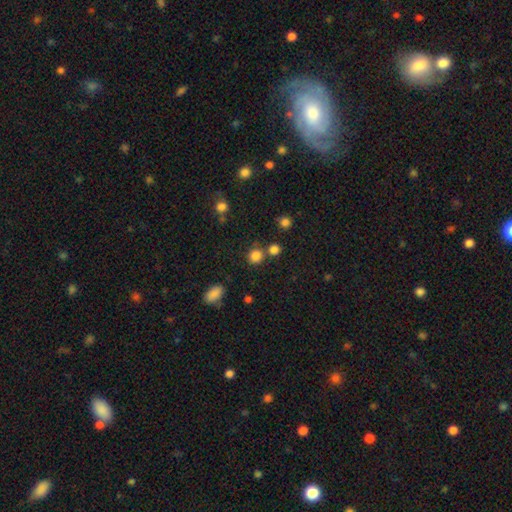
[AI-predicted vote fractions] Q: Smooth or featured?
A: smooth (81%); runner-up: star or artifact (14%)
Q: How rounded?
A: round (87%); runner-up: in between (12%)
Q: Merging?
A: none (71%); runner-up: merger (17%)